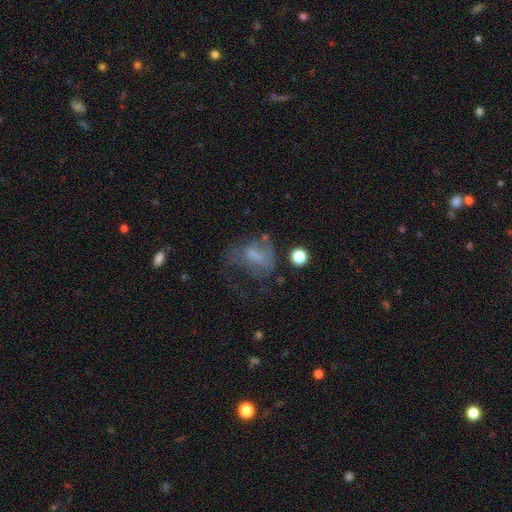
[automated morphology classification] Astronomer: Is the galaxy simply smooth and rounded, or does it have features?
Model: featured or disk — 43% (runner-up: smooth, 41%).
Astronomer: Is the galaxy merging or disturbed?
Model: major disturbance — 44% (runner-up: none, 30%).